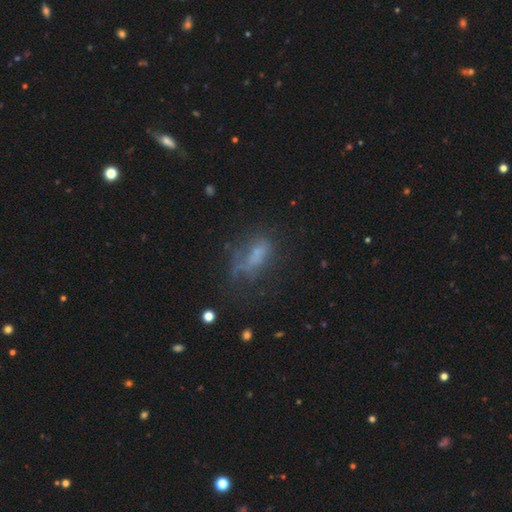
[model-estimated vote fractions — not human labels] A smooth galaxy with no disk features (47%). Merging: none (37%).